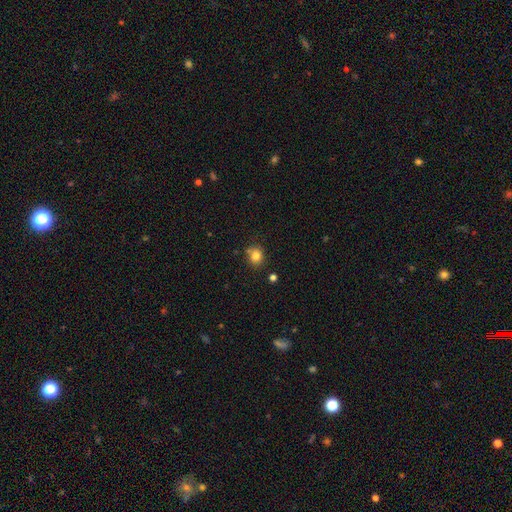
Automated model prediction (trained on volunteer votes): smooth_or_featured: smooth (p=0.82) [alt: star or artifact p=0.11]
how_rounded: round (p=0.76) [alt: in between p=0.23]
merging: none (p=0.74) [alt: minor disturbance p=0.14]